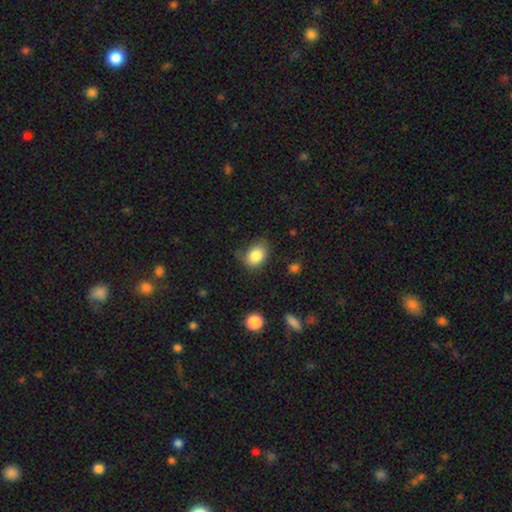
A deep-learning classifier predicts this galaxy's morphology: Q: Smooth or featured?
A: smooth (86%); runner-up: star or artifact (8%)
Q: How rounded?
A: in between (73%); runner-up: round (26%)
Q: Merging?
A: none (63%); runner-up: minor disturbance (27%)